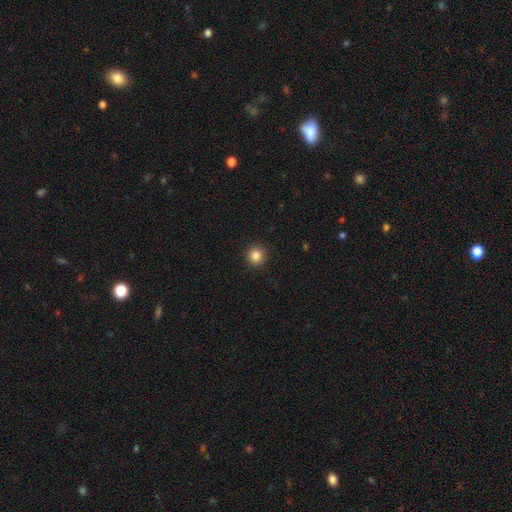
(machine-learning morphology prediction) Smooth or featured?
  - smooth: 85% *
  - star or artifact: 11%
  - featured or disk: 4%
How rounded?
  - round: 95% *
  - in between: 4%
  - cigar-shaped: 1%
Merging?
  - none: 92% *
  - minor disturbance: 5%
  - major disturbance: 2%
  - merger: 1%